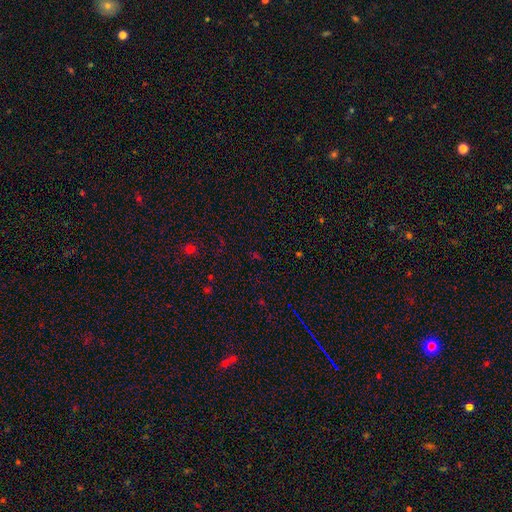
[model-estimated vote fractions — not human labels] smooth_or_featured: star or artifact (p=0.66) [alt: smooth p=0.25]